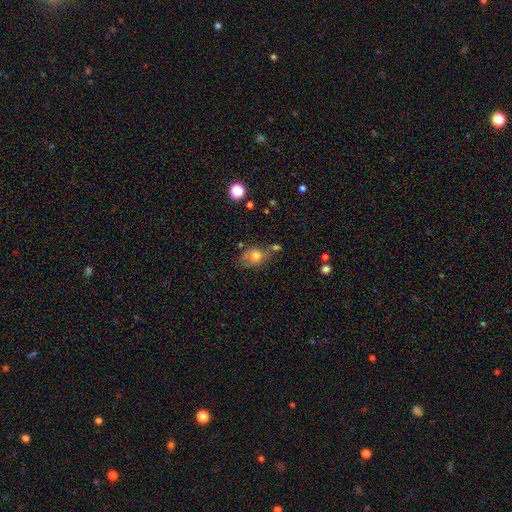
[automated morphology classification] Smooth or featured?
  - smooth: 70% *
  - featured or disk: 19%
  - star or artifact: 11%
How rounded?
  - in between: 58% *
  - round: 40%
  - cigar-shaped: 2%
Merging?
  - none: 44% *
  - minor disturbance: 25%
  - merger: 21%
  - major disturbance: 11%